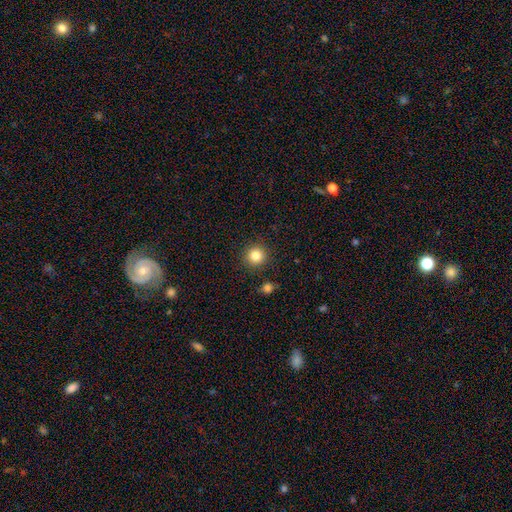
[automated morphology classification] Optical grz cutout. It shows a smooth galaxy with no disk features (83%) that is round (95%). Merging: none (90%).